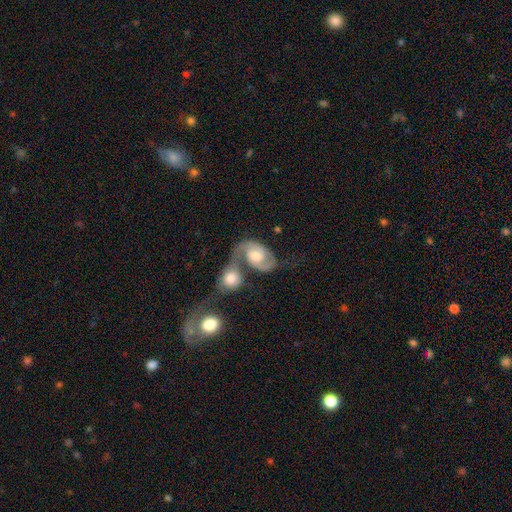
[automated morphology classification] Smooth or featured? Predicted: featured or disk (p=0.83). Edge-on disk? Predicted: no (p=0.98). Bar? Predicted: no (p=0.59). Spiral arms? Predicted: yes (p=0.96). Spiral winding? Predicted: medium (p=0.51). Spiral arm count? Predicted: 2 (p=0.88). Bulge size? Predicted: moderate (p=0.63). Merging? Predicted: merger (p=0.64).